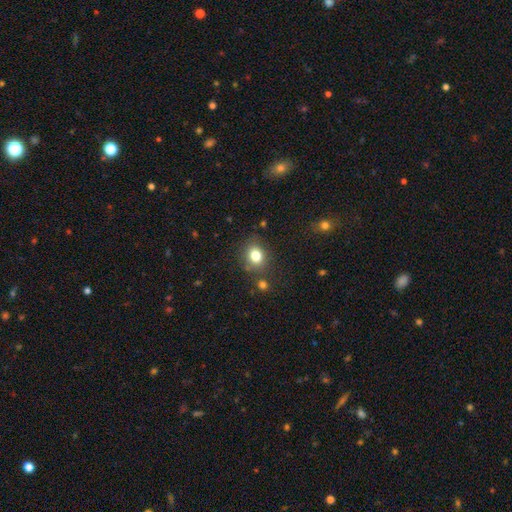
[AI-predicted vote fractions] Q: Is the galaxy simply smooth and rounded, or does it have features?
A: smooth — 81%.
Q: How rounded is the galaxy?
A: round — 60%.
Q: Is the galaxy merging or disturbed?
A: none — 78%.